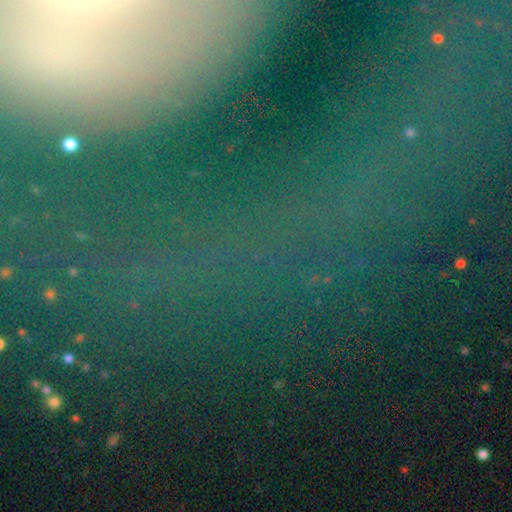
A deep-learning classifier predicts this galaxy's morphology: type=star or artifact (60%).